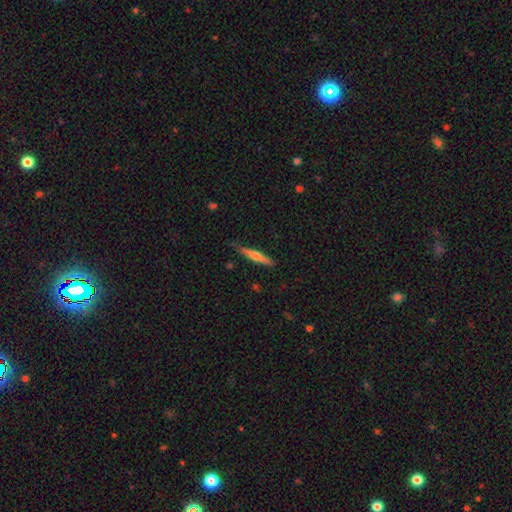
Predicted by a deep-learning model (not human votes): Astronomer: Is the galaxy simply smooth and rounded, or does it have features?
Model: featured or disk — 50% (runner-up: smooth, 45%).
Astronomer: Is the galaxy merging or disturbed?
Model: none — 82%.